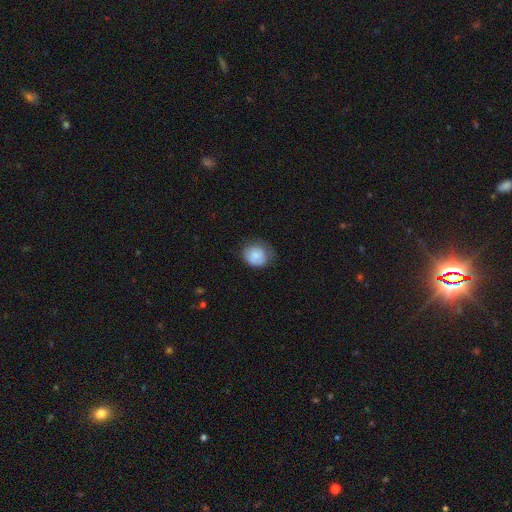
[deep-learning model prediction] smooth 82%, featured or disk 11%, star or artifact 8%. Down the decision tree: how rounded — round (76%); merging — none (61%).